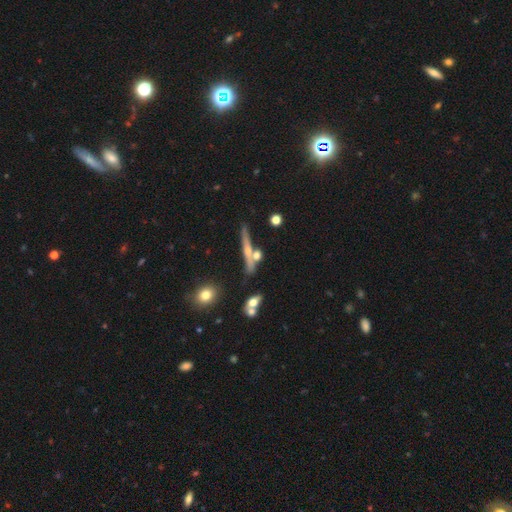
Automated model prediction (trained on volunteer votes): This appears to be a featured or disk galaxy (49%). Merging: none (60%).